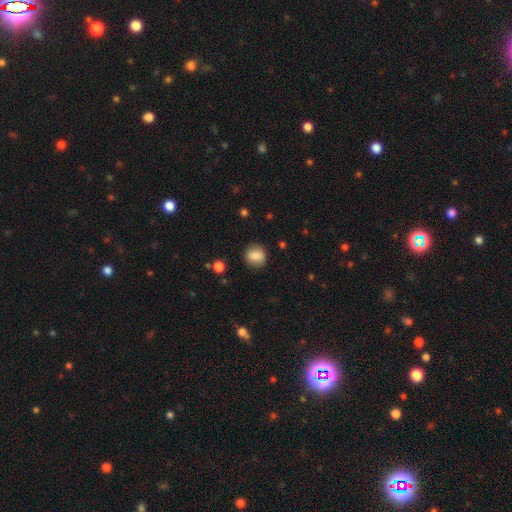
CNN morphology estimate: smooth-or-featured: smooth: 84% | star or artifact: 9% | featured or disk: 7%
  how-rounded: round: 76% | in between: 23% | cigar-shaped: 1%
  merging: none: 84% | minor disturbance: 11% | major disturbance: 3% | merger: 1%